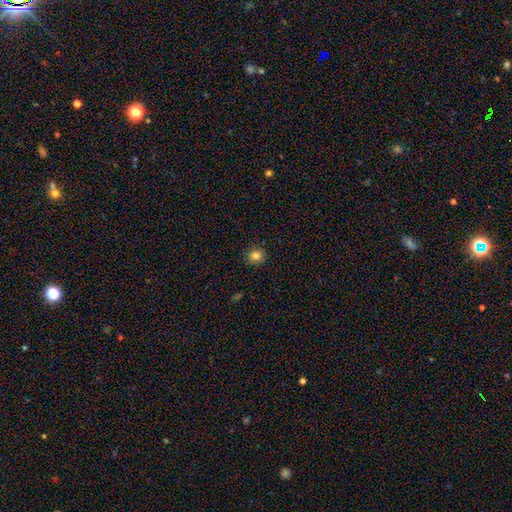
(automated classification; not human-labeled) Smooth or featured: smooth — 82% (star or artifact — 12%)
How rounded: round — 86% (in between — 13%)
Merging: none — 89% (minor disturbance — 8%)